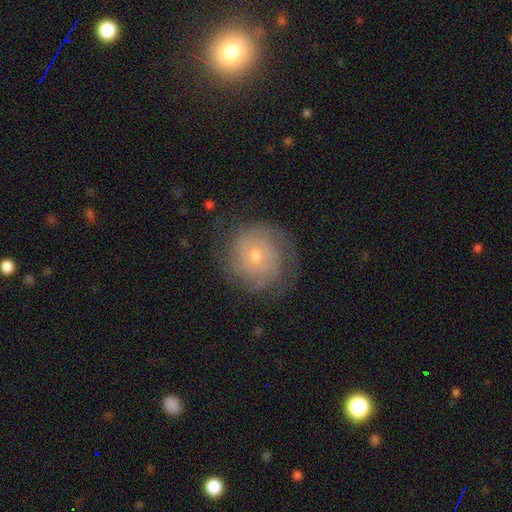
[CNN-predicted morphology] Smooth or featured?
  - featured or disk: 72% *
  - smooth: 20%
  - star or artifact: 8%
Edge-on disk?
  - no: 97% *
  - yes: 3%
Bar?
  - no: 78% *
  - weak: 18%
  - strong: 3%
Spiral arms?
  - yes: 90% *
  - no: 10%
Spiral winding?
  - tight: 73% *
  - medium: 21%
  - loose: 6%
Spiral arm count?
  - can't tell: 39% *
  - 2: 30%
  - 3: 15%
  - 4: 6%
  - 1: 5%
  - more than 4: 4%
Bulge size?
  - small: 49% *
  - moderate: 47%
  - large: 2%
  - none: 1%
  - dominant: 1%
Merging?
  - none: 75% *
  - minor disturbance: 16%
  - major disturbance: 8%
  - merger: 1%